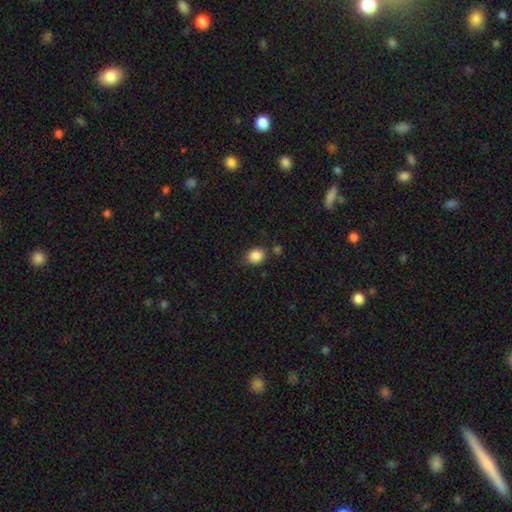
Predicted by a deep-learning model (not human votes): Smooth or featured?
  - smooth: 86% *
  - star or artifact: 10%
  - featured or disk: 4%
How rounded?
  - round: 64% *
  - in between: 35%
  - cigar-shaped: 1%
Merging?
  - none: 74% *
  - minor disturbance: 16%
  - merger: 6%
  - major disturbance: 4%